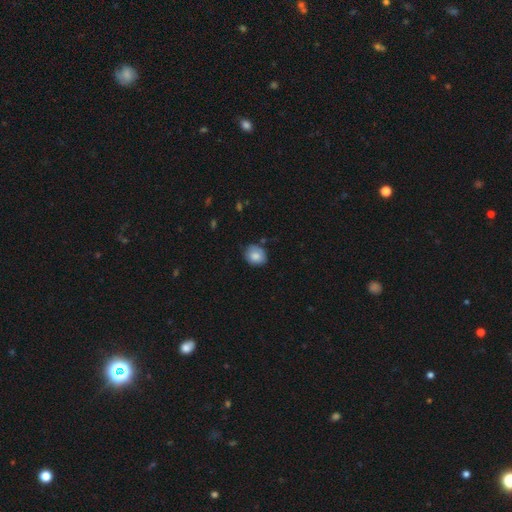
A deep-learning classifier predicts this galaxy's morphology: Overall: smooth (81%). How rounded: round (64%; in between 35%). Merging: none (73%).